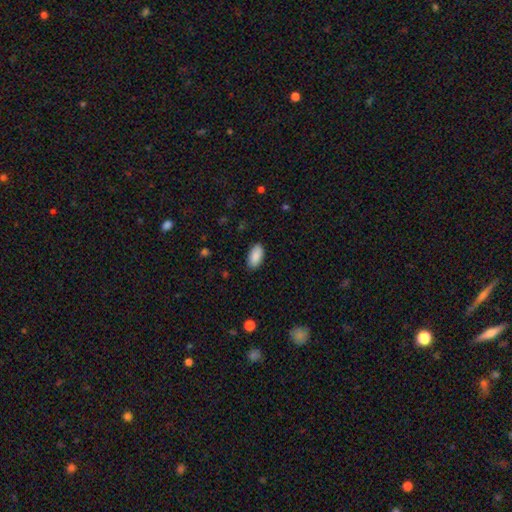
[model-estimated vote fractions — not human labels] smooth-or-featured: smooth: 89% | star or artifact: 6% | featured or disk: 4%
  how-rounded: in between: 94% | cigar-shaped: 4% | round: 2%
  merging: none: 87% | minor disturbance: 10% | major disturbance: 2% | merger: 1%